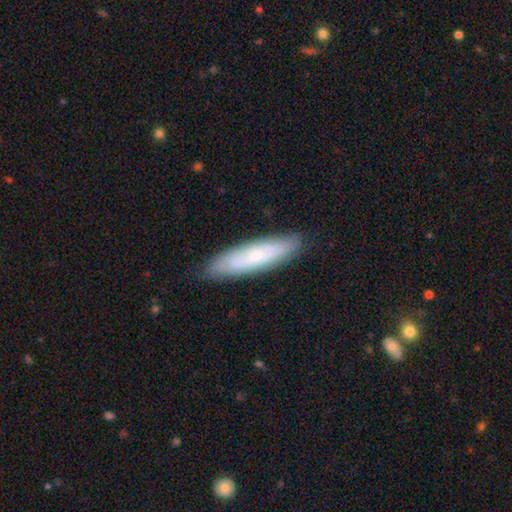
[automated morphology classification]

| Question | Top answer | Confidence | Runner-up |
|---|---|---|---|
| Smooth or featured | smooth | 62% | featured or disk (32%) |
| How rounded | cigar-shaped | 75% | in between (23%) |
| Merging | none | 85% | minor disturbance (11%) |